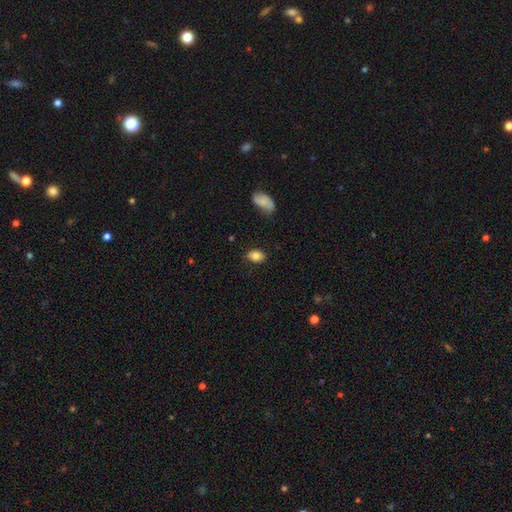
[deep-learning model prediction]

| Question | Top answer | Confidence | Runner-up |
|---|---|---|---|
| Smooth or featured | smooth | 82% | featured or disk (10%) |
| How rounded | in between | 83% | round (16%) |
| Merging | none | 79% | minor disturbance (16%) |